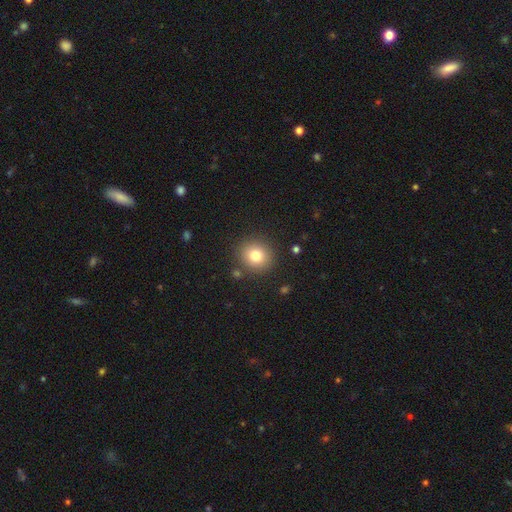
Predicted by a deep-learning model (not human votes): A smooth galaxy with no disk features (78%) that is round (89%).

Vote fractions:
- Smooth or featured? smooth: 78% / star or artifact: 12% / featured or disk: 10%
- How rounded? round: 89% / in between: 10% / cigar-shaped: 1%
- Merging? none: 88% / minor disturbance: 7% / major disturbance: 3% / merger: 3%